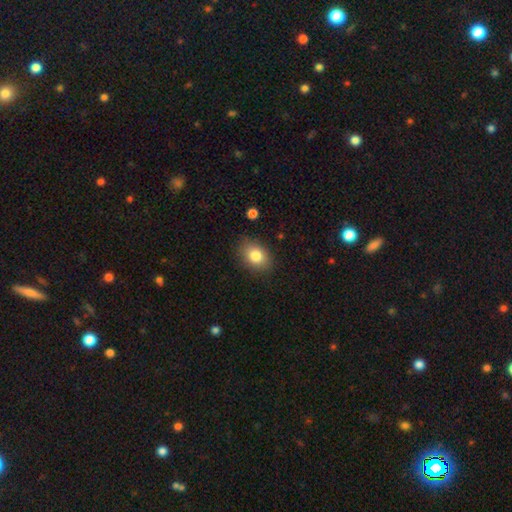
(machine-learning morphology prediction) Smooth or featured: smooth — 82% (featured or disk — 10%)
How rounded: in between — 74% (round — 25%)
Merging: none — 85% (minor disturbance — 11%)